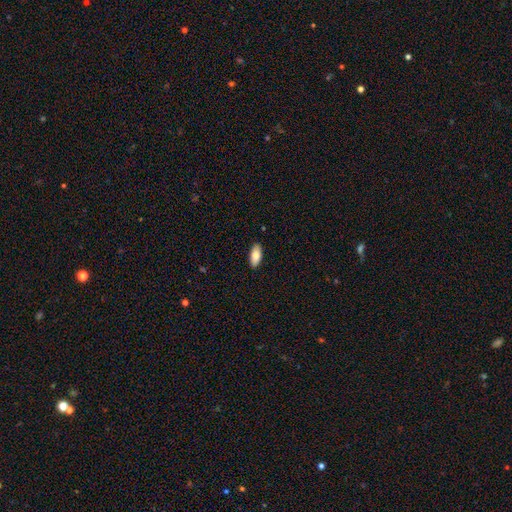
Smooth or featured? smooth (88%)
How rounded? in between (97%)
Merging? none (95%)